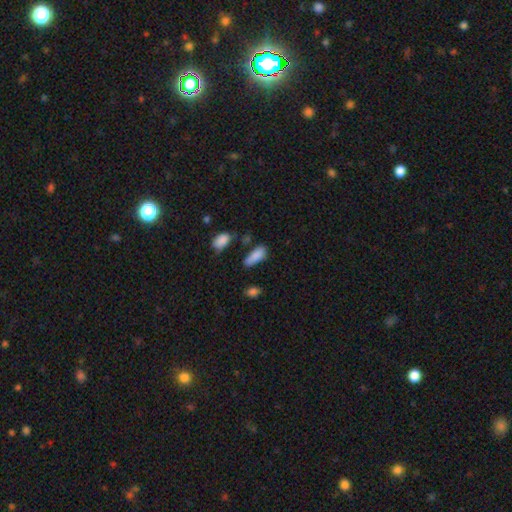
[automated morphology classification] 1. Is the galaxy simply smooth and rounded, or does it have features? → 85% smooth, 9% star or artifact, 7% featured or disk.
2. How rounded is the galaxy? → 78% in between, 19% cigar-shaped, 3% round.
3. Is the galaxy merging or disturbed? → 56% none, 28% minor disturbance, 8% major disturbance, 8% merger.